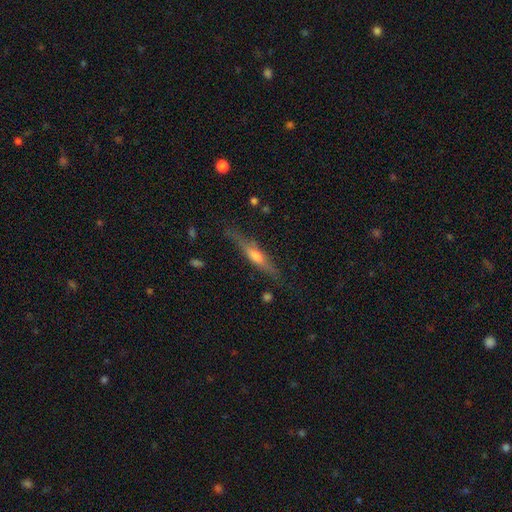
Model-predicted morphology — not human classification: type=featured or disk (61%); edge-on=yes (95%); edge-on bulge=rounded (80%); merging=none (80%).